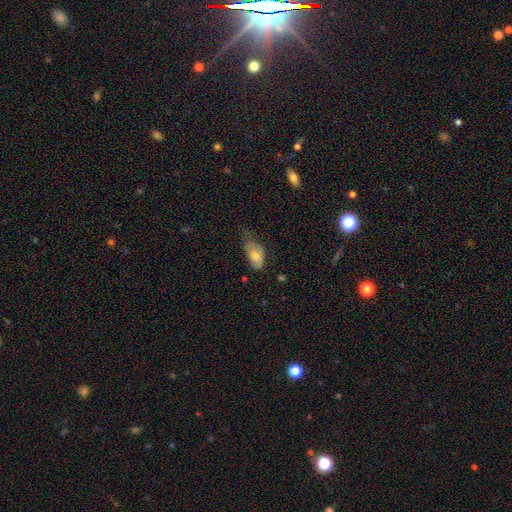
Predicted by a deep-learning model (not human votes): Q: Smooth or featured?
A: smooth (75%); runner-up: featured or disk (18%)
Q: How rounded?
A: in between (91%); runner-up: cigar-shaped (5%)
Q: Merging?
A: minor disturbance (43%); runner-up: none (29%)